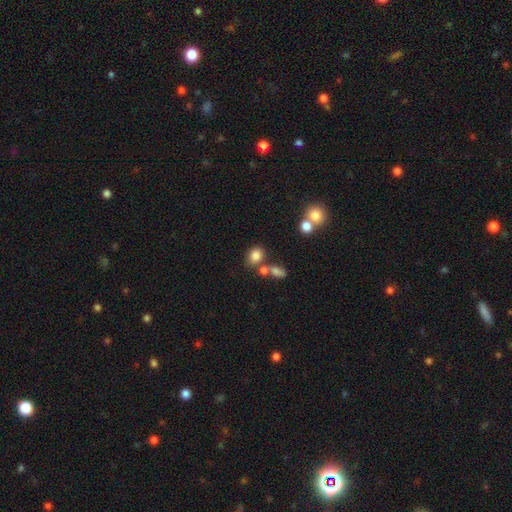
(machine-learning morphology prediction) Smooth or featured: smooth — 81% (star or artifact — 12%)
How rounded: in between — 53% (round — 45%)
Merging: none — 59% (merger — 23%)